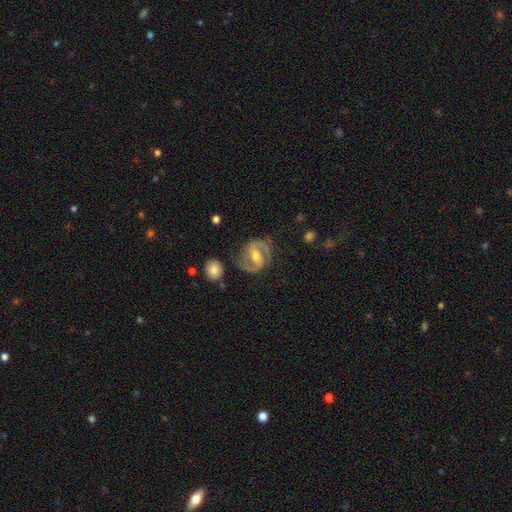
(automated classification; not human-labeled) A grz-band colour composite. It shows a featured or disk galaxy (85%) with a strong bar (43%), 2 (91%) medium (56%) spiral arms (95%) and a moderate central bulge (65%). Merging: none (77%).